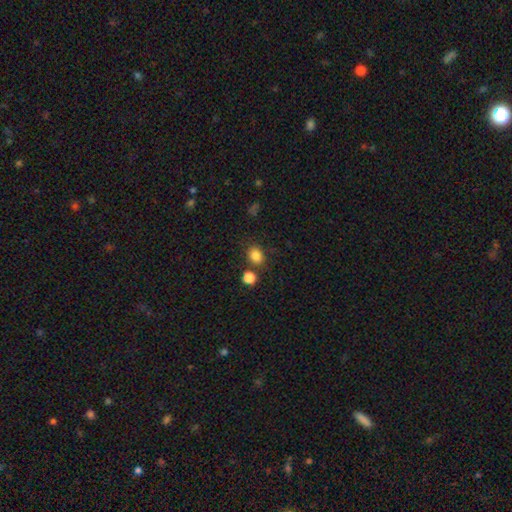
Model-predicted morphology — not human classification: smooth 85%, star or artifact 11%, featured or disk 5%. Down the decision tree: how rounded — round (50%); merging — none (75%).